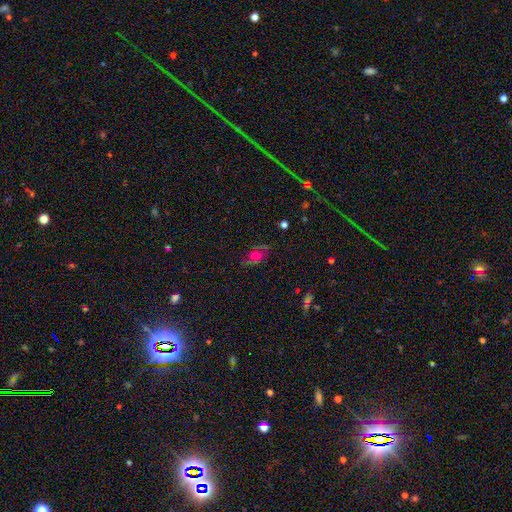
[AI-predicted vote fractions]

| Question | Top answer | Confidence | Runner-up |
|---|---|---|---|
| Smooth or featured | featured or disk | 53% | smooth (30%) |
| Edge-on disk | no | 92% | yes (8%) |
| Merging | none | 72% | minor disturbance (18%) |